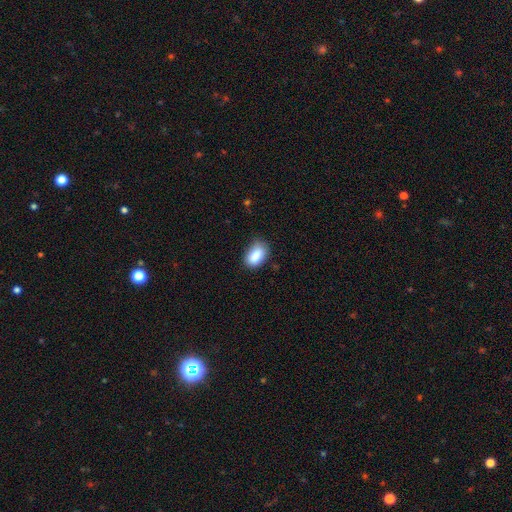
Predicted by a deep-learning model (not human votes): Q: Smooth or featured?
A: smooth (87%); runner-up: star or artifact (8%)
Q: How rounded?
A: in between (90%); runner-up: round (8%)
Q: Merging?
A: none (72%); runner-up: minor disturbance (22%)